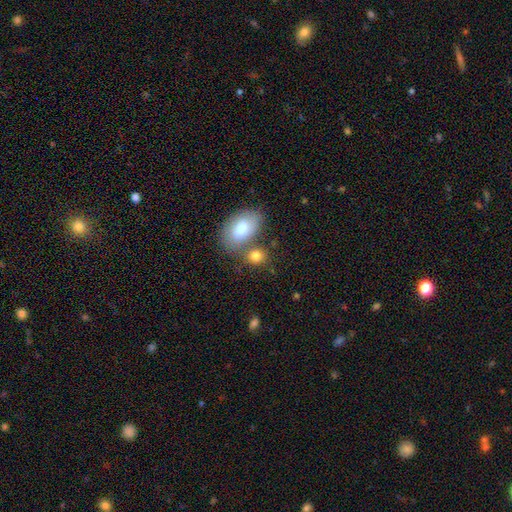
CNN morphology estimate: Smooth or featured? smooth (81%)
How rounded? round (49%)
Merging? none (56%)